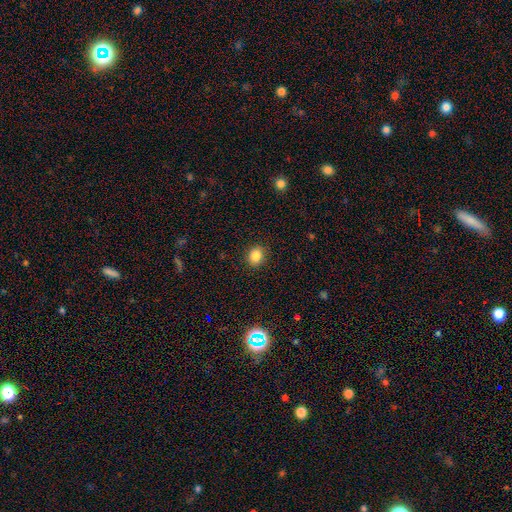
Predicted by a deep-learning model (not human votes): A smooth galaxy with no disk features (85%) that is round (62%). Merging: none (89%).